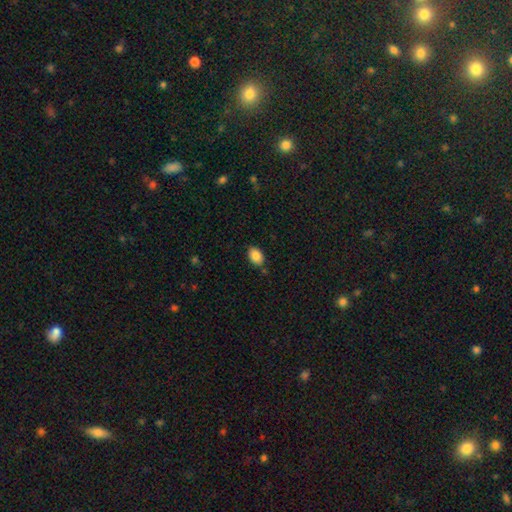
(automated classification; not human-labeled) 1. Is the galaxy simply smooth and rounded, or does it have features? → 87% smooth, 8% star or artifact, 5% featured or disk.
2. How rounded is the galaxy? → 83% in between, 16% round, 1% cigar-shaped.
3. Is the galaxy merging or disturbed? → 80% none, 13% minor disturbance, 4% merger, 3% major disturbance.